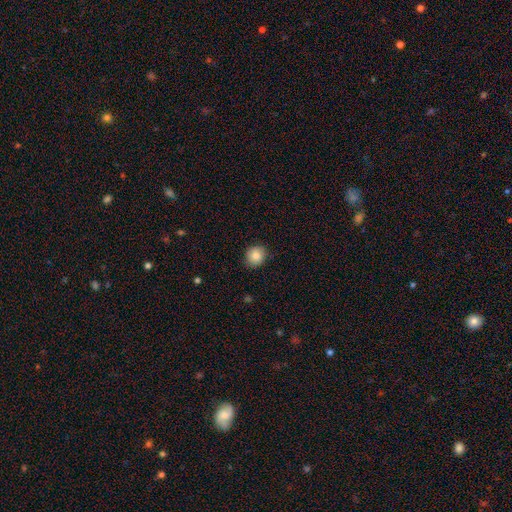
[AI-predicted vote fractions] Smooth or featured: smooth — 85% (star or artifact — 9%)
How rounded: round — 81% (in between — 18%)
Merging: none — 87% (minor disturbance — 10%)